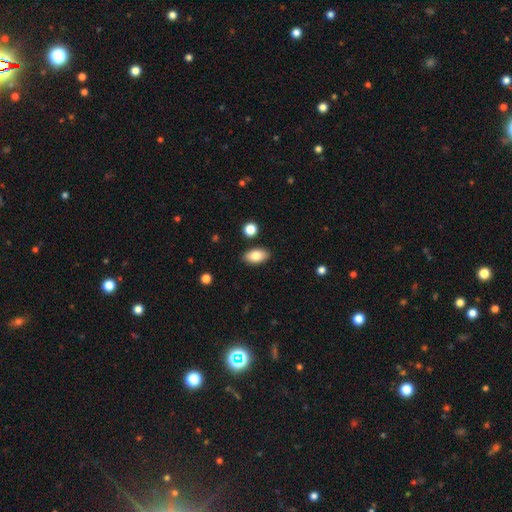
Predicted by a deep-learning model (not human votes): Smooth or featured?
  - smooth: 81% *
  - featured or disk: 12%
  - star or artifact: 8%
How rounded?
  - in between: 91% *
  - round: 6%
  - cigar-shaped: 3%
Merging?
  - none: 86% *
  - minor disturbance: 9%
  - merger: 3%
  - major disturbance: 2%